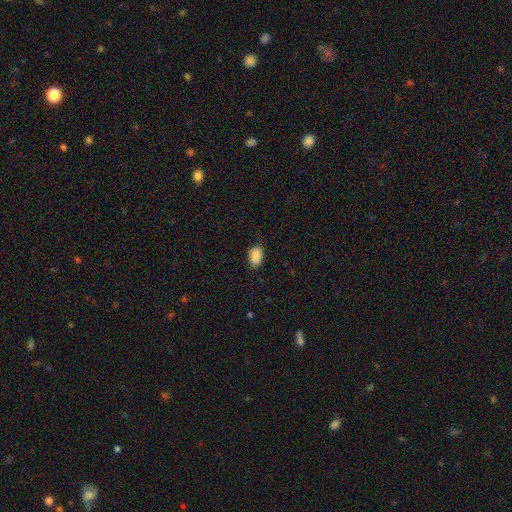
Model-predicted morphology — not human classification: smooth 88%, star or artifact 7%, featured or disk 5%. Down the decision tree: how rounded — in between (92%); merging — none (78%).